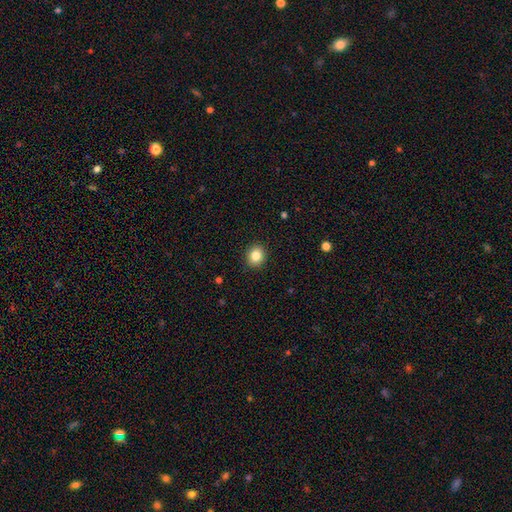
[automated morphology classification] smooth-or-featured: smooth: 84% | star or artifact: 10% | featured or disk: 6%
  how-rounded: round: 77% | in between: 22% | cigar-shaped: 1%
  merging: none: 91% | minor disturbance: 6% | major disturbance: 2% | merger: 1%